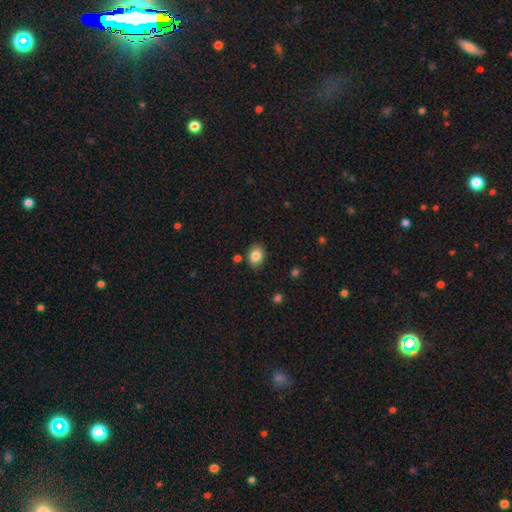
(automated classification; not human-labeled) This is clearly a smooth galaxy (84%). How rounded: likely in between (73%). Merging: clearly none (84%).